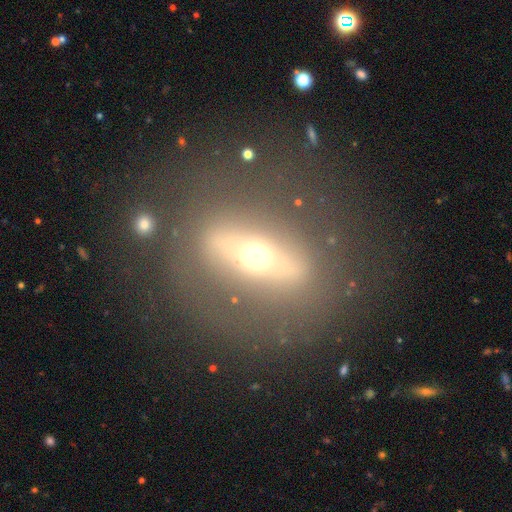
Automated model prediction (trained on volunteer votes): The model was most divided on "edge-on disk": no: 59%, yes: 41%. More confident: merging — none (73%); smooth or featured — featured or disk (60%).